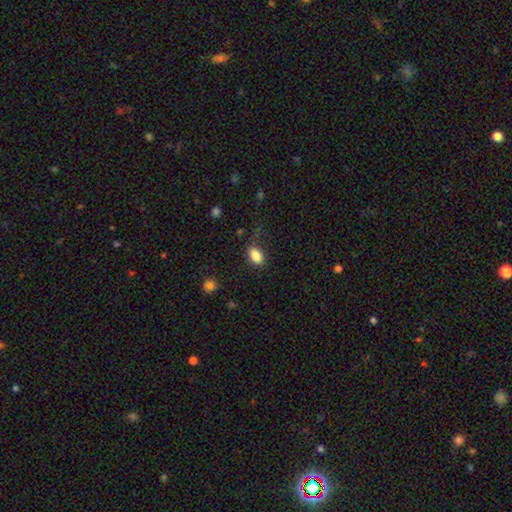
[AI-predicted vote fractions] A smooth galaxy with no disk features (86%) that is in between round and cigar-shaped (87%). Merging: none (75%).